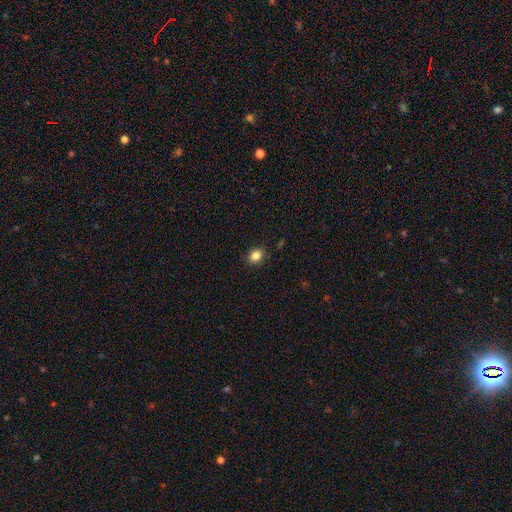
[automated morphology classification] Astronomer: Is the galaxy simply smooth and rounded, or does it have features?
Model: smooth — 85%.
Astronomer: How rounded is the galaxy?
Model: in between — 54% (runner-up: round, 45%).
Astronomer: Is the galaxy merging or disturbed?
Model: none — 88%.